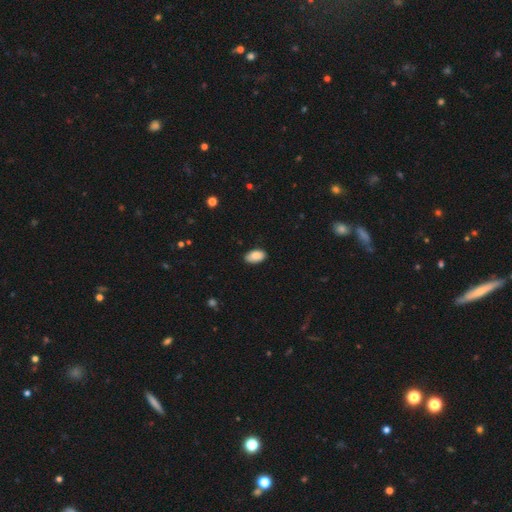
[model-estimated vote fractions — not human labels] This is clearly a smooth galaxy (88%). How rounded: clearly in between (95%). Merging: clearly none (86%).